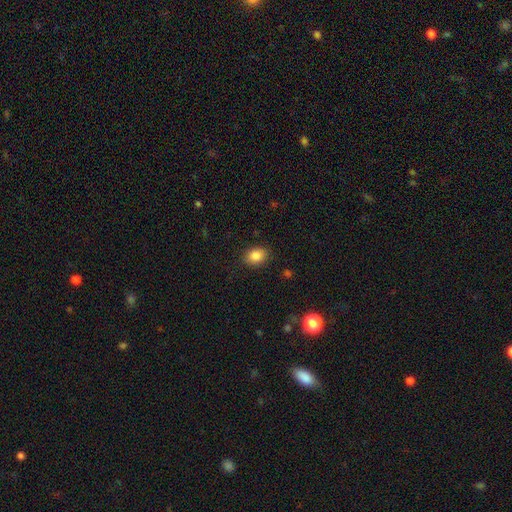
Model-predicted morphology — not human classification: Smooth or featured: smooth — 86% (star or artifact — 9%)
How rounded: in between — 67% (round — 32%)
Merging: none — 87% (minor disturbance — 9%)